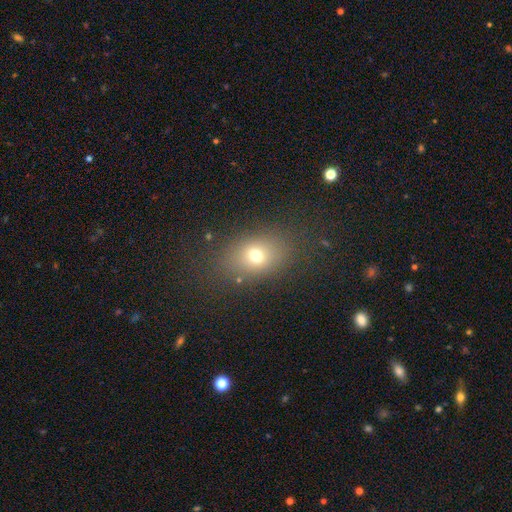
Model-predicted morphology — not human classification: type=smooth (70%); roundness=in between (65%); merging=none (79%).